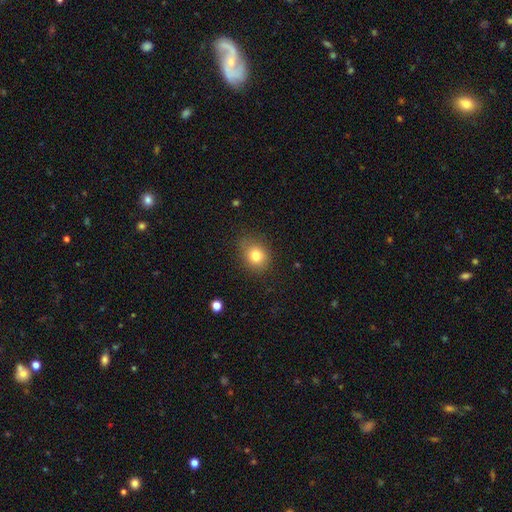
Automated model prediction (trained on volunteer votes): Smooth or featured?
  - smooth: 79% *
  - star or artifact: 12%
  - featured or disk: 9%
How rounded?
  - round: 62% *
  - in between: 37%
  - cigar-shaped: 1%
Merging?
  - none: 79% *
  - minor disturbance: 16%
  - major disturbance: 4%
  - merger: 1%